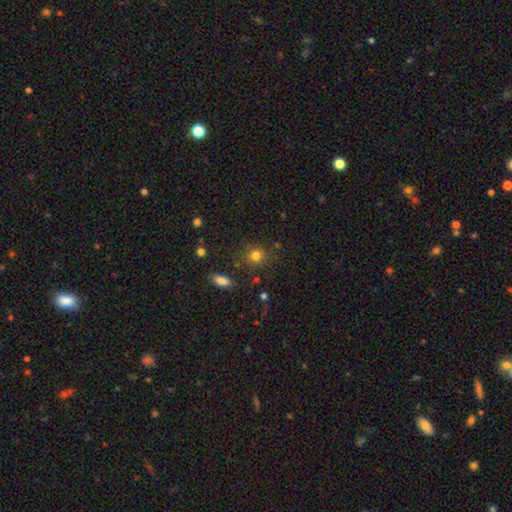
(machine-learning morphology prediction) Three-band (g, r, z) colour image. It shows a smooth galaxy with no disk features (80%) that is round (84%). Merging: none (82%).